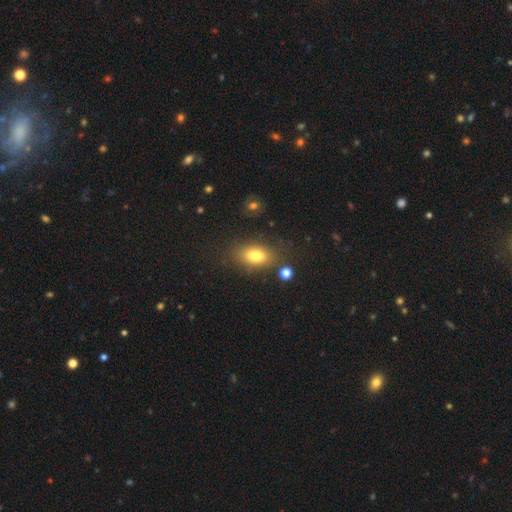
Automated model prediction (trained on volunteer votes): Overall: smooth (79%). How rounded: in between (84%). Merging: none (71%).